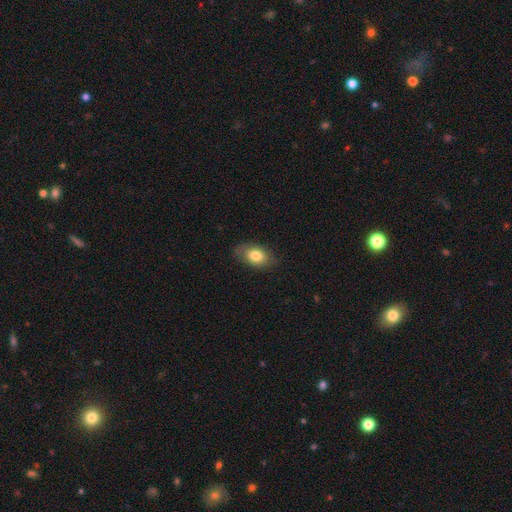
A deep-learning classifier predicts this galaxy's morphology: Overall: smooth (79%). How rounded: in between (85%). Merging: none (79%).